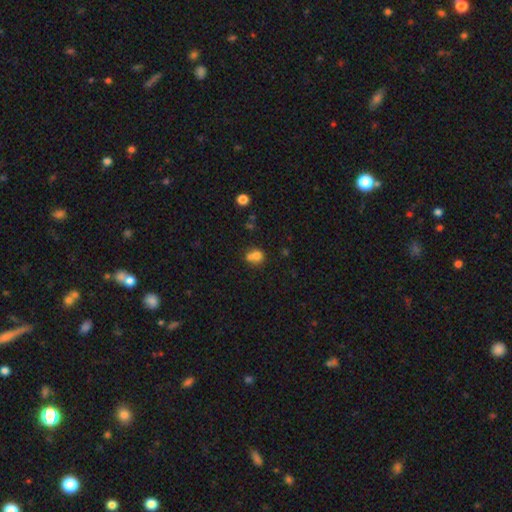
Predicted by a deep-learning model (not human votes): A smooth galaxy with no disk features (74%) that is round (68%).

Vote fractions:
- Smooth or featured? smooth: 74% / featured or disk: 15% / star or artifact: 12%
- How rounded? round: 68% / in between: 31% / cigar-shaped: 1%
- Merging? merger: 51% / none: 34% / minor disturbance: 10% / major disturbance: 4%